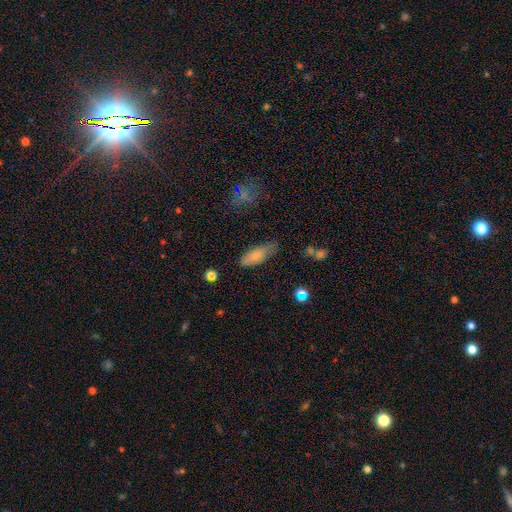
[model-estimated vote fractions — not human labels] smooth_or_featured: smooth (p=0.80) [alt: featured or disk p=0.13]
how_rounded: in between (p=0.70) [alt: cigar-shaped p=0.28]
merging: none (p=0.66) [alt: minor disturbance p=0.25]